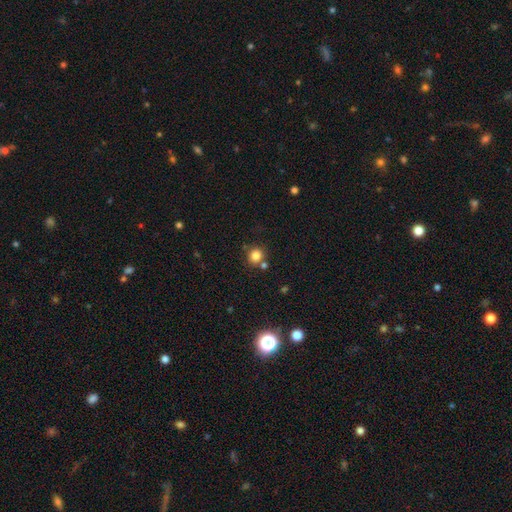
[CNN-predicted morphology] Smooth or featured? smooth (82%)
How rounded? round (88%)
Merging? none (72%)